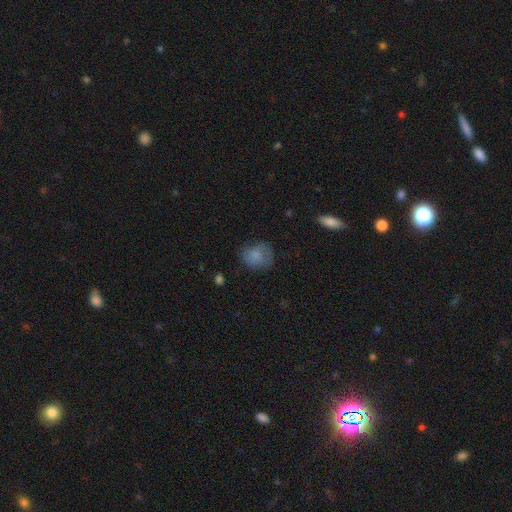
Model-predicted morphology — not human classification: The model was most divided on "how rounded": round: 70%, in between: 29%, cigar-shaped: 1%. More confident: smooth or featured — smooth (79%); merging — none (66%).